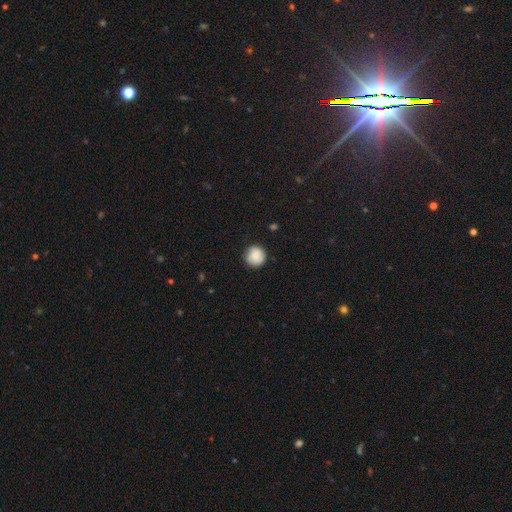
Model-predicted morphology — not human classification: A smooth galaxy with no disk features (84%) that is round (94%). Merging: none (84%).